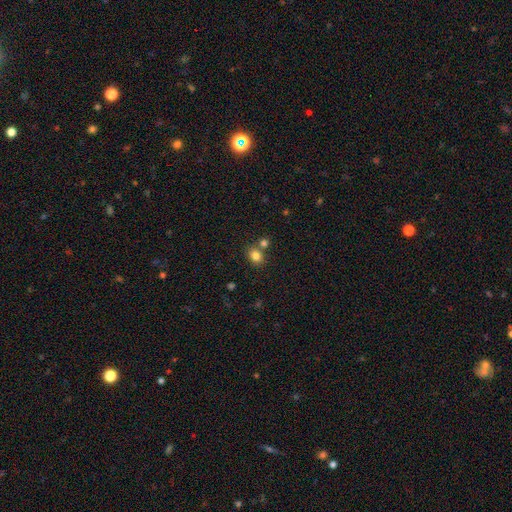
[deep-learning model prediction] smooth 81%, star or artifact 12%, featured or disk 6%. Down the decision tree: how rounded — round (62%); merging — none (65%).